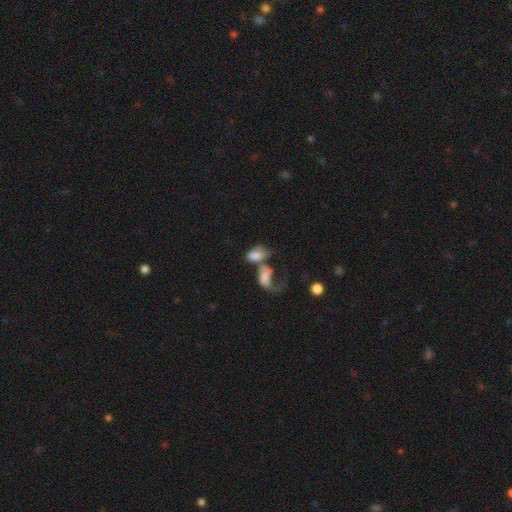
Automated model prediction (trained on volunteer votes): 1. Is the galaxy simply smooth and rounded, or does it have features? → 65% smooth, 25% featured or disk, 10% star or artifact.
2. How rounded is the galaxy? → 87% in between, 11% round, 2% cigar-shaped.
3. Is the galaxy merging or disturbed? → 63% merger, 18% major disturbance, 13% none, 7% minor disturbance.